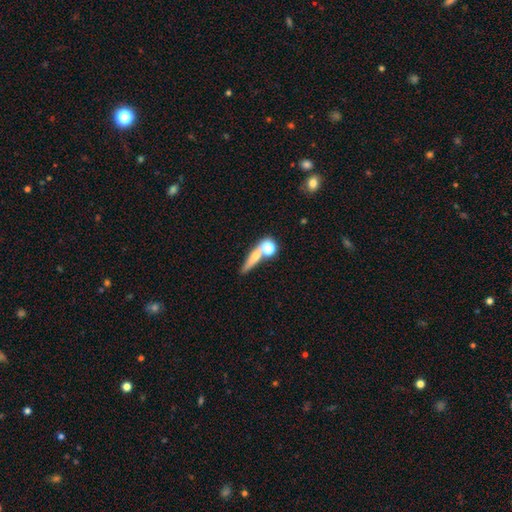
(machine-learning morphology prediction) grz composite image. It shows a smooth galaxy with no disk features (54%) that is cigar-shaped (55%). Merging: none (54%).